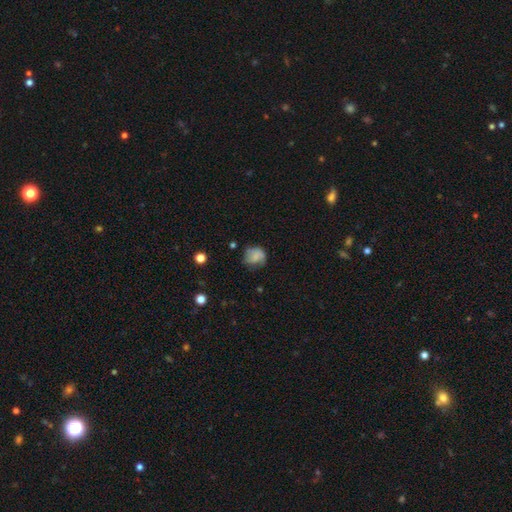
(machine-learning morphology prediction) Smooth or featured?
  - smooth: 55% *
  - featured or disk: 34%
  - star or artifact: 10%
How rounded?
  - round: 73% *
  - in between: 26%
  - cigar-shaped: 1%
Merging?
  - none: 53% *
  - minor disturbance: 28%
  - major disturbance: 17%
  - merger: 3%